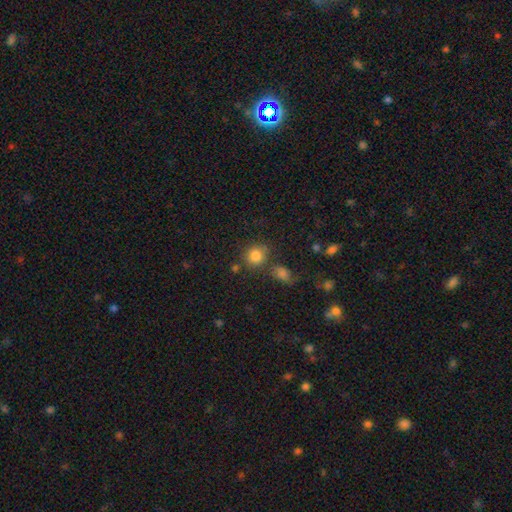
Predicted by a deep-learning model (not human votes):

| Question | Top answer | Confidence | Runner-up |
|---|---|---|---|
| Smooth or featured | smooth | 82% | star or artifact (11%) |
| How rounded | round | 82% | in between (17%) |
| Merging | none | 71% | merger (13%) |